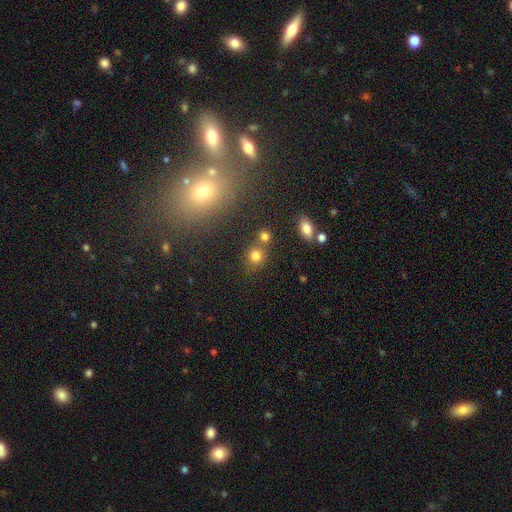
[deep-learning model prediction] Q: Smooth or featured?
A: smooth (77%); runner-up: star or artifact (16%)
Q: How rounded?
A: round (81%); runner-up: in between (18%)
Q: Merging?
A: none (64%); runner-up: merger (23%)